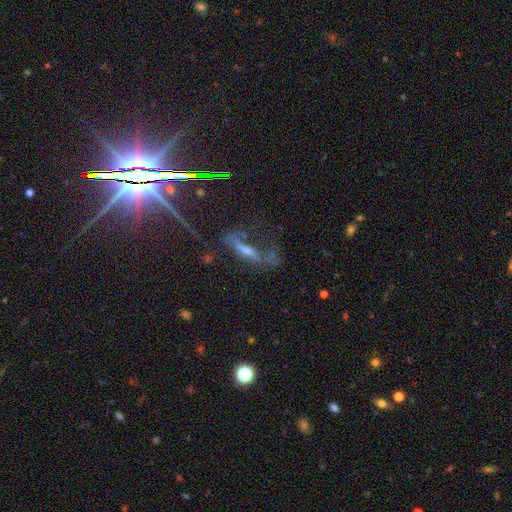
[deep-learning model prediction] A featured or disk galaxy (48%). Merging: none (43%).